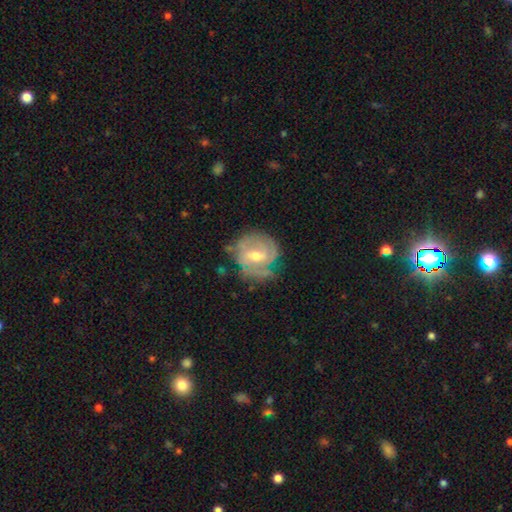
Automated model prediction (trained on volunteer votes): smooth_or_featured: featured or disk (p=0.80) [alt: smooth p=0.15]
disk_edge_on: no (p=0.97) [alt: yes p=0.03]
bar: weak (p=0.52) [alt: no p=0.33]
has_spiral_arms: yes (p=0.89) [alt: no p=0.11]
spiral_winding: tight (p=0.56) [alt: medium p=0.33]
spiral_arm_count: 2 (p=0.37) [alt: can't tell p=0.29]
bulge_size: moderate (p=0.65) [alt: small p=0.31]
merging: none (p=0.64) [alt: minor disturbance p=0.24]